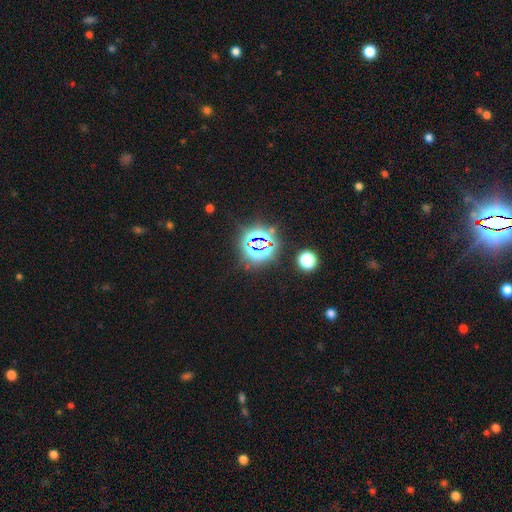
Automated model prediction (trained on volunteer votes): A star or artifact, not a galaxy (80%).